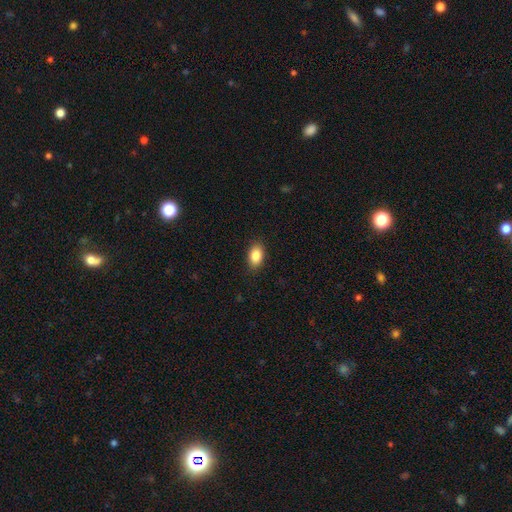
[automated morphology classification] This is clearly a smooth galaxy (86%). How rounded: clearly in between (87%). Merging: clearly none (88%).